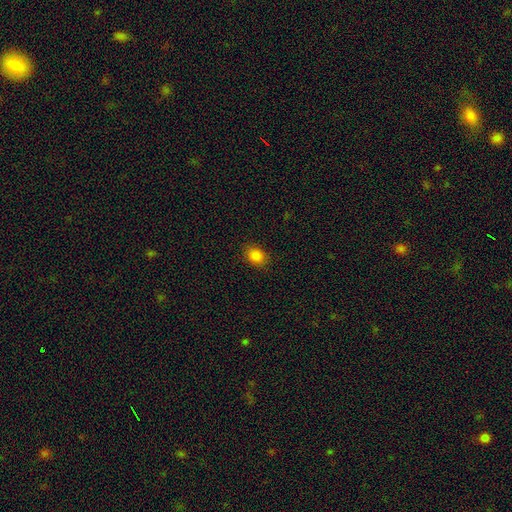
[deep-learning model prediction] Smooth or featured?
  - smooth: 85% *
  - star or artifact: 11%
  - featured or disk: 4%
How rounded?
  - in between: 60% *
  - round: 39%
  - cigar-shaped: 1%
Merging?
  - none: 87% *
  - minor disturbance: 10%
  - major disturbance: 2%
  - merger: 1%